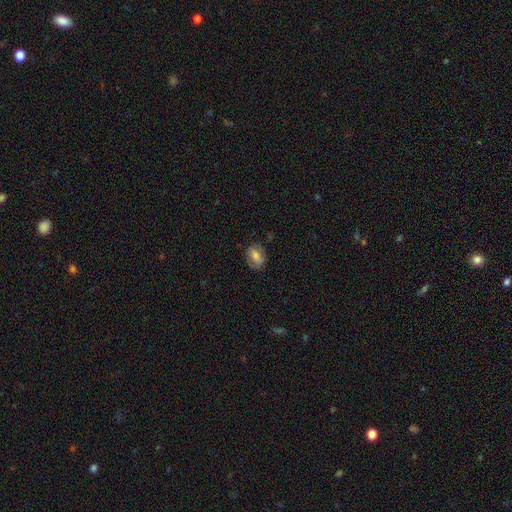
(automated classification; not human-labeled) Smooth or featured? smooth (63%)
How rounded? in between (78%)
Merging? none (72%)